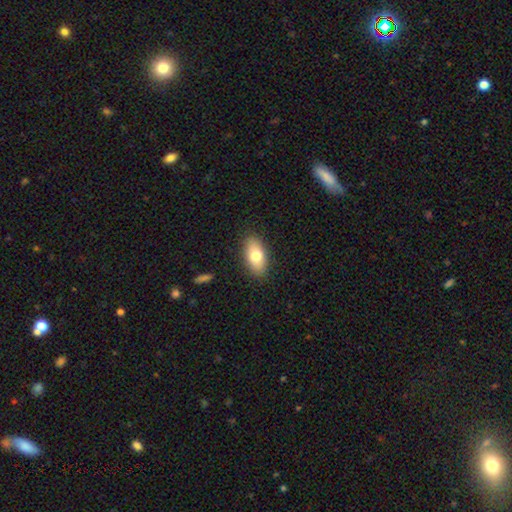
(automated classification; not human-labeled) Morphology: type=smooth (75%); roundness=in between (90%); merging=none (87%).